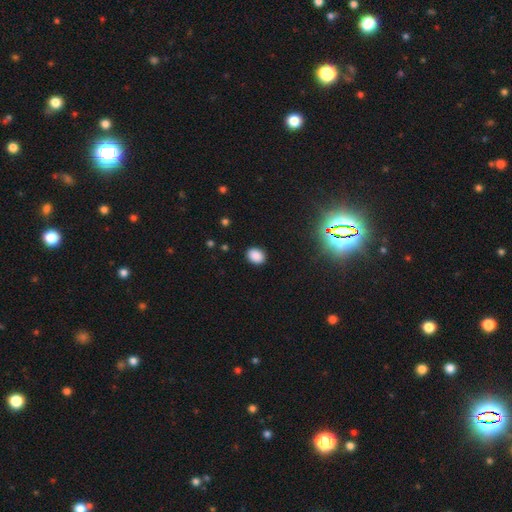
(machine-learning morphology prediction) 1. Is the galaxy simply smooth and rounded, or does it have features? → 86% smooth, 11% star or artifact, 3% featured or disk.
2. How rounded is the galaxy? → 66% in between, 33% round, 1% cigar-shaped.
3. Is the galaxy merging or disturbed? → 89% none, 8% minor disturbance, 2% major disturbance, 1% merger.